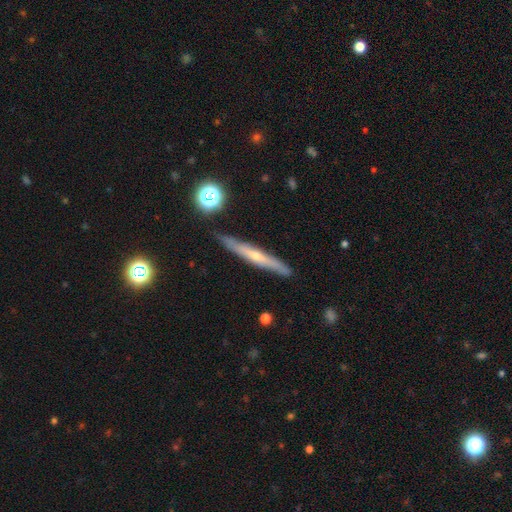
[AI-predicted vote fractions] Smooth or featured? Predicted: featured or disk (p=0.58). Edge-on disk? Predicted: yes (p=0.93). Edge-on bulge? Predicted: rounded (p=0.57). Merging? Predicted: none (p=0.85).